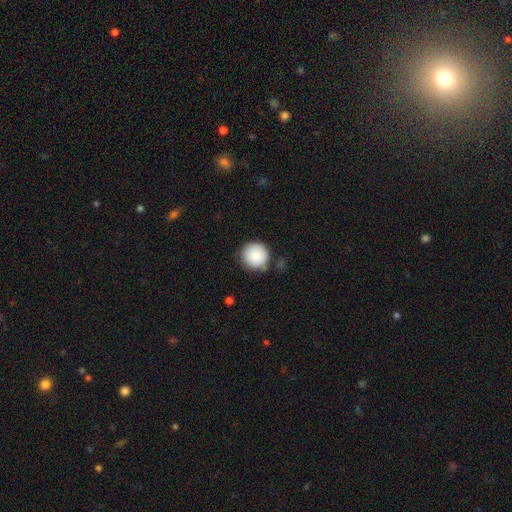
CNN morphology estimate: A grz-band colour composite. It shows a smooth galaxy with no disk features (87%) that is round (95%). Merging: none (77%).